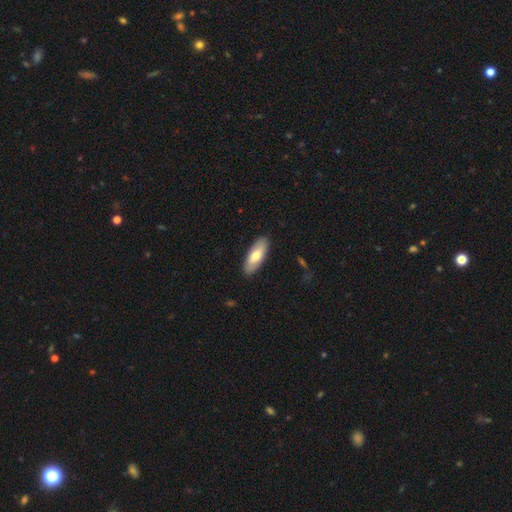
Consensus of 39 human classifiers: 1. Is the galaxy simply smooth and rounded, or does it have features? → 77% smooth, 21% featured or disk, 3% star or artifact.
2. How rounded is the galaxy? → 60% in between, 40% cigar-shaped, 0% round.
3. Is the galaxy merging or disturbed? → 89% none, 8% minor disturbance, 3% major disturbance, 0% merger.